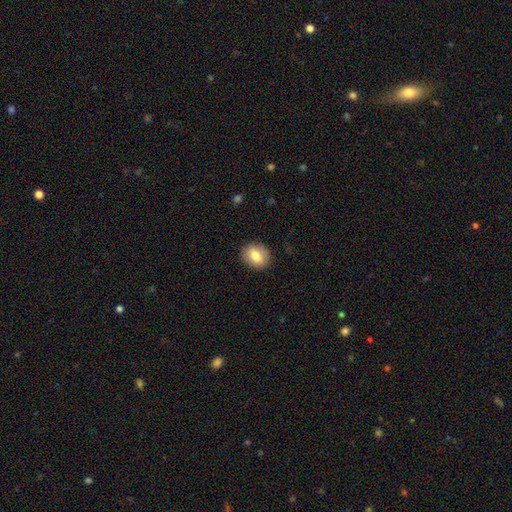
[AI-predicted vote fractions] Smooth or featured? smooth (80%)
How rounded? round (53%)
Merging? none (89%)